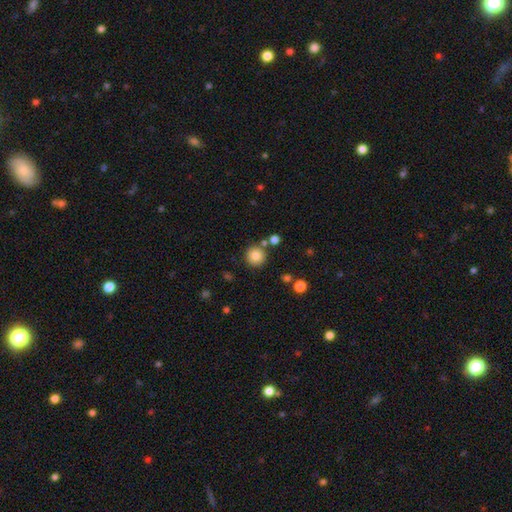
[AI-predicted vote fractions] smooth-or-featured: smooth: 83% | star or artifact: 11% | featured or disk: 6%
  how-rounded: round: 94% | in between: 5% | cigar-shaped: 1%
  merging: none: 83% | merger: 7% | minor disturbance: 7% | major disturbance: 2%